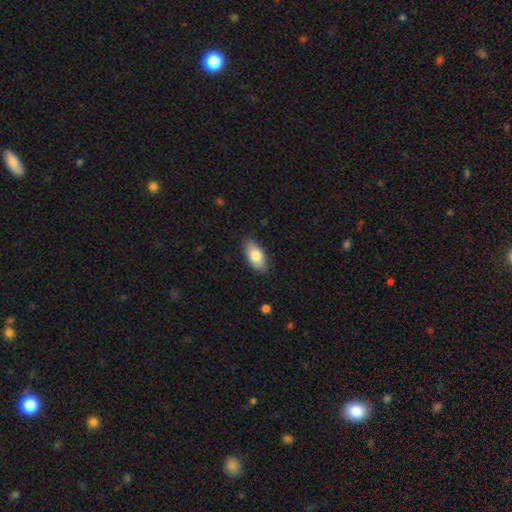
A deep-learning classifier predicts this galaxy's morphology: This is likely a smooth galaxy (80%). How rounded: clearly in between (92%). Merging: clearly none (84%).